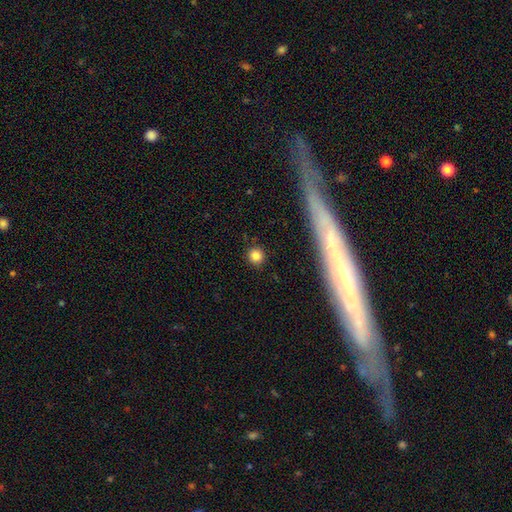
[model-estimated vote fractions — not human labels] A smooth galaxy with no disk features (82%) that is round (93%).

Vote fractions:
- Smooth or featured? smooth: 82% / star or artifact: 12% / featured or disk: 6%
- How rounded? round: 93% / in between: 6% / cigar-shaped: 1%
- Merging? none: 90% / minor disturbance: 6% / major disturbance: 2% / merger: 2%